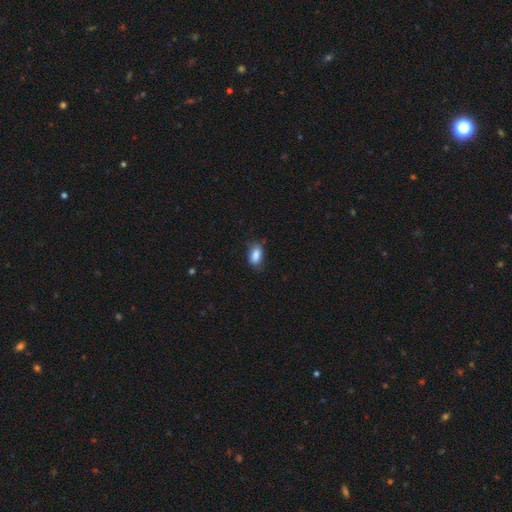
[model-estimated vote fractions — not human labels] This is clearly a smooth galaxy (85%). How rounded: clearly in between (89%). Merging: likely none (70%).